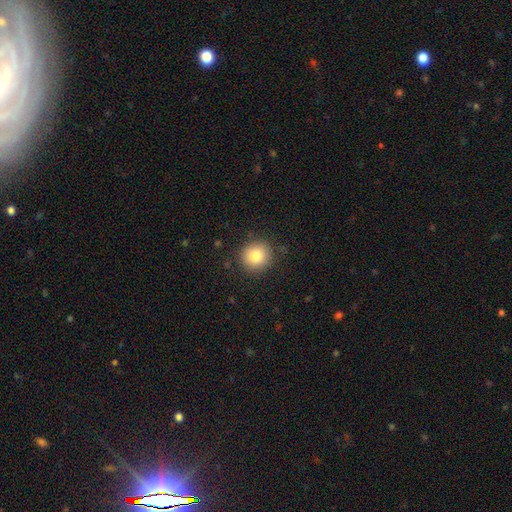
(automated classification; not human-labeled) Smooth or featured?
  - smooth: 82% *
  - star or artifact: 10%
  - featured or disk: 8%
How rounded?
  - round: 91% *
  - in between: 8%
  - cigar-shaped: 1%
Merging?
  - none: 88% *
  - minor disturbance: 8%
  - major disturbance: 3%
  - merger: 1%